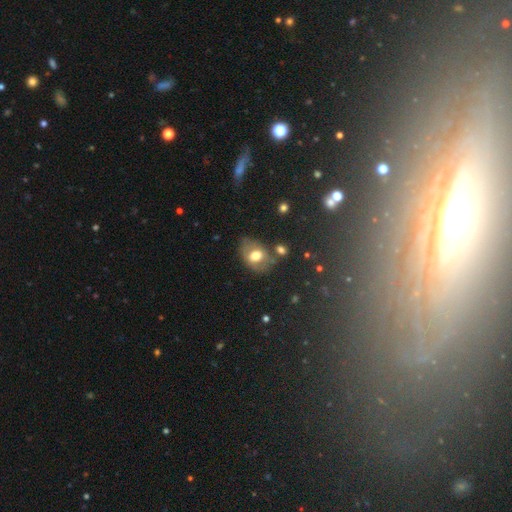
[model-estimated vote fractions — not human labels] smooth 62%, featured or disk 28%, star or artifact 10%. Down the decision tree: how rounded — in between (69%); merging — none (57%).